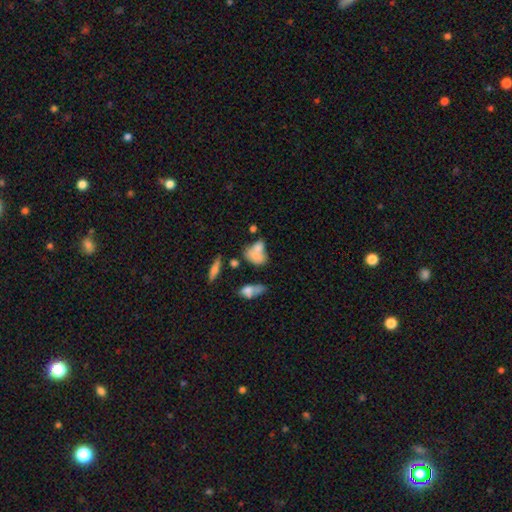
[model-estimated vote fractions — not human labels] A smooth galaxy with no disk features (66%) that is in between round and cigar-shaped (74%).

Vote fractions:
- Smooth or featured? smooth: 66% / featured or disk: 22% / star or artifact: 12%
- How rounded? in between: 74% / round: 23% / cigar-shaped: 3%
- Merging? merger: 36% / none: 29% / minor disturbance: 20% / major disturbance: 15%